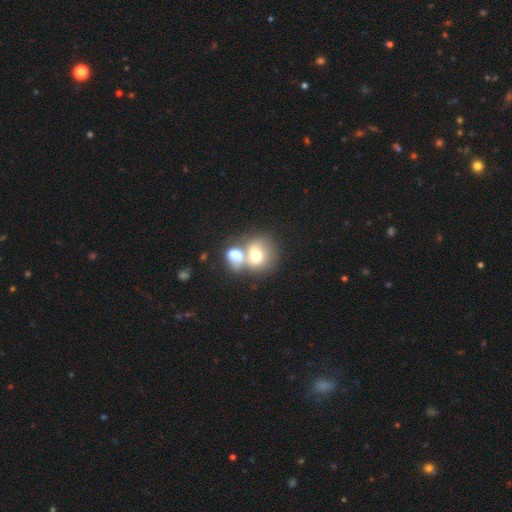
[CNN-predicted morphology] Q: Smooth or featured?
A: smooth (64%); runner-up: featured or disk (27%)
Q: How rounded?
A: round (66%); runner-up: in between (33%)
Q: Merging?
A: merger (70%); runner-up: none (17%)